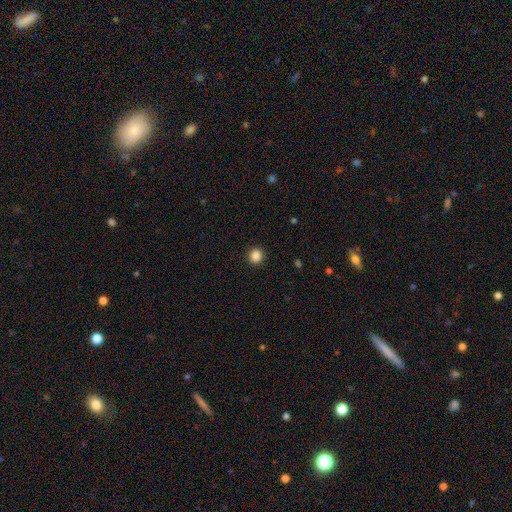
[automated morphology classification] Smooth or featured? smooth (86%)
How rounded? round (90%)
Merging? none (92%)